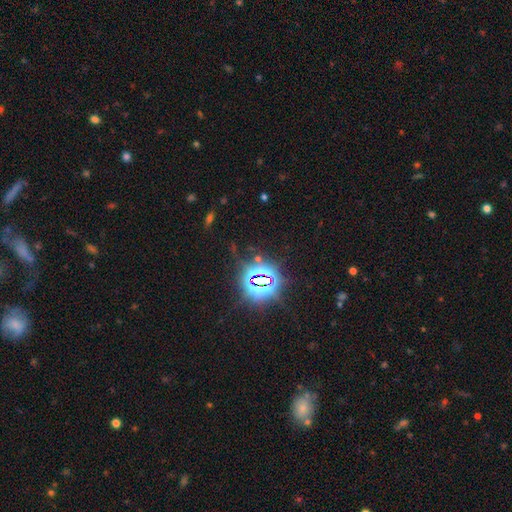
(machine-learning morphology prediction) A star or artifact, not a galaxy (83%).

Vote fractions:
- Smooth or featured? star or artifact: 83% / smooth: 11% / featured or disk: 7%